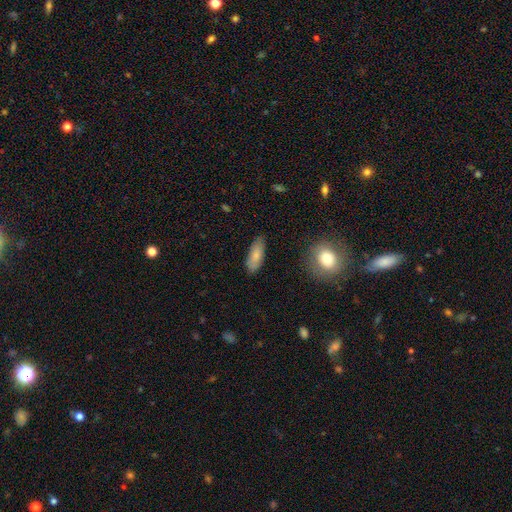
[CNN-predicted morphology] This is clearly a smooth galaxy (81%). How rounded: likely in between (75%). Merging: clearly none (80%).